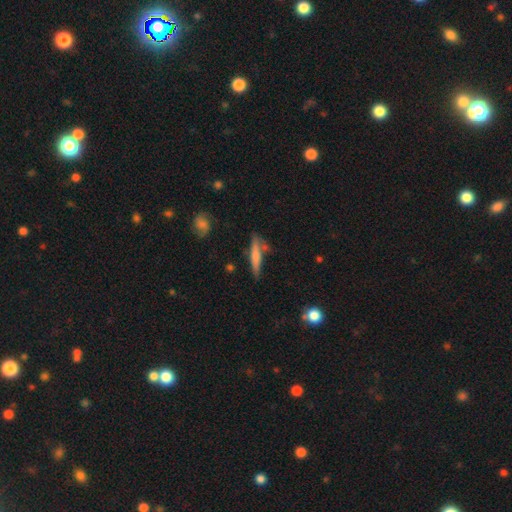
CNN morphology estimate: smooth-or-featured: smooth: 66% | featured or disk: 28% | star or artifact: 6%
  how-rounded: cigar-shaped: 88% | in between: 10% | round: 2%
  merging: none: 69% | minor disturbance: 18% | merger: 9% | major disturbance: 4%